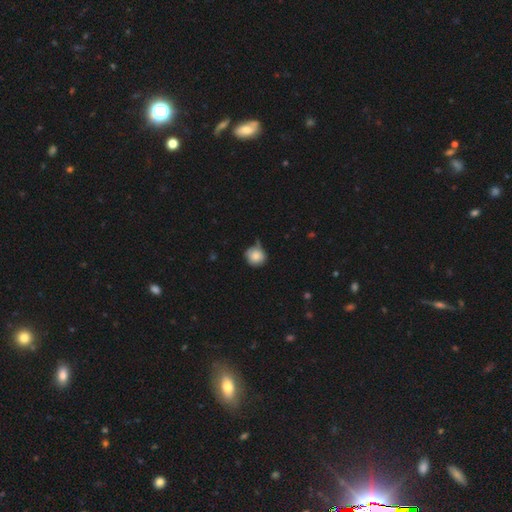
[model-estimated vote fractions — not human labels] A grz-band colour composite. It shows a smooth galaxy with no disk features (82%) that is round (92%). Merging: none (63%).